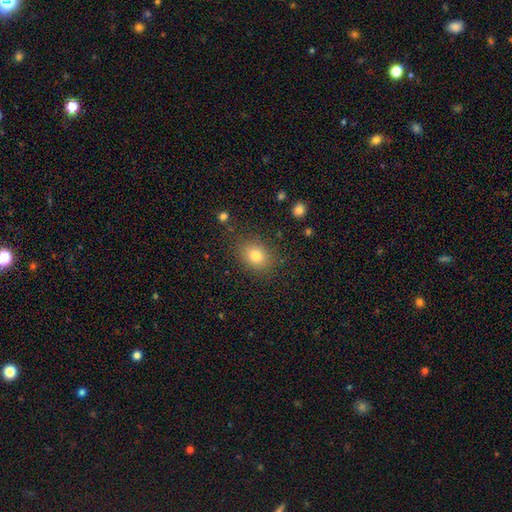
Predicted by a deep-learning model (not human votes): Morphology: type=smooth (79%); roundness=in between (50%); merging=none (84%).